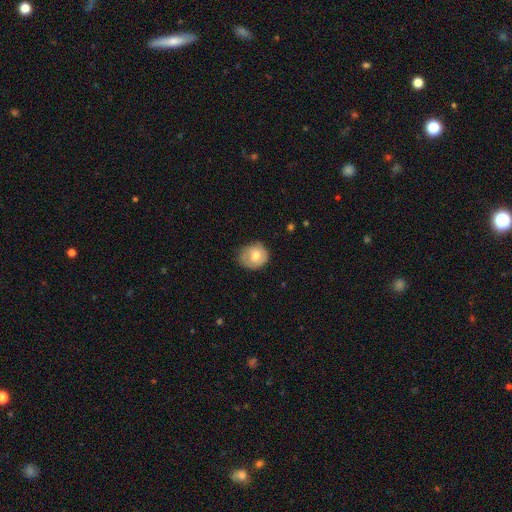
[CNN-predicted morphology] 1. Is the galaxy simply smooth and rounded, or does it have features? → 64% smooth, 29% featured or disk, 7% star or artifact.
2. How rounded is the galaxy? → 69% round, 30% in between, 1% cigar-shaped.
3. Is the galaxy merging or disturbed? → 64% none, 28% minor disturbance, 7% major disturbance, 1% merger.